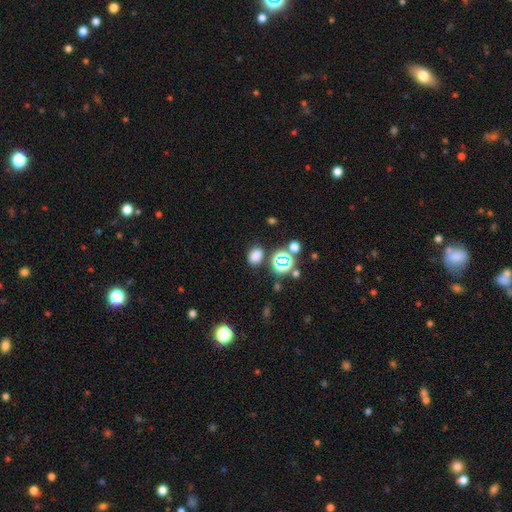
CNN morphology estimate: Smooth or featured? Predicted: smooth (p=0.73). How rounded? Predicted: in between (p=0.59). Merging? Predicted: none (p=0.76).